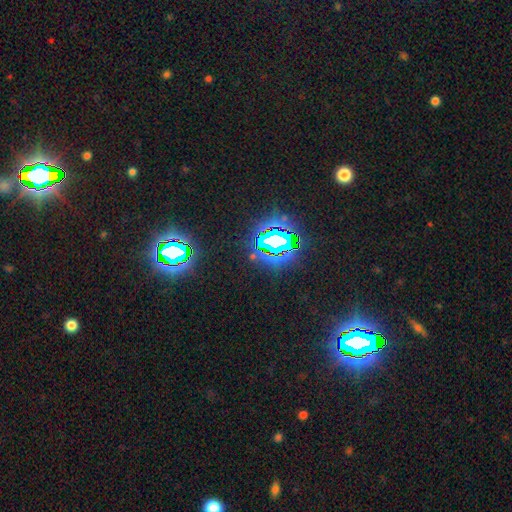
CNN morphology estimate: star or artifact 80%, smooth 11%, featured or disk 9%.